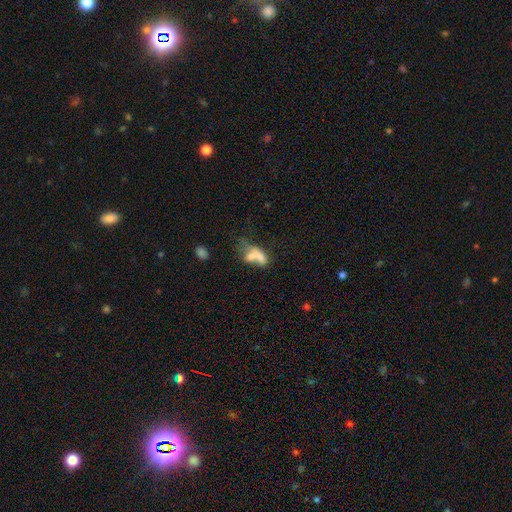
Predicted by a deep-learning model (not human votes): This is likely a smooth galaxy (62%). How rounded: likely in between (76%). Merging: possibly merger (59%).